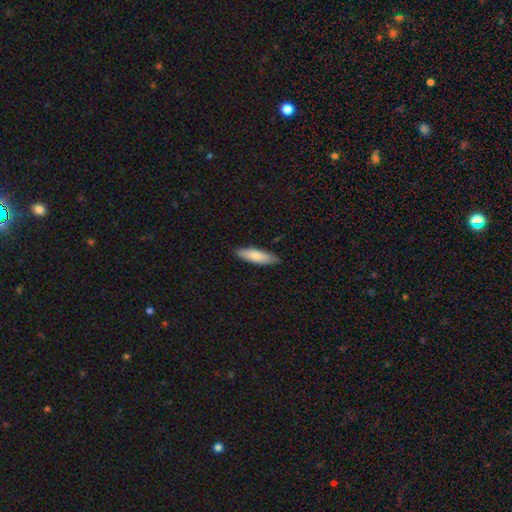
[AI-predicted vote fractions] Smooth or featured? smooth (81%)
How rounded? cigar-shaped (59%)
Merging? none (86%)